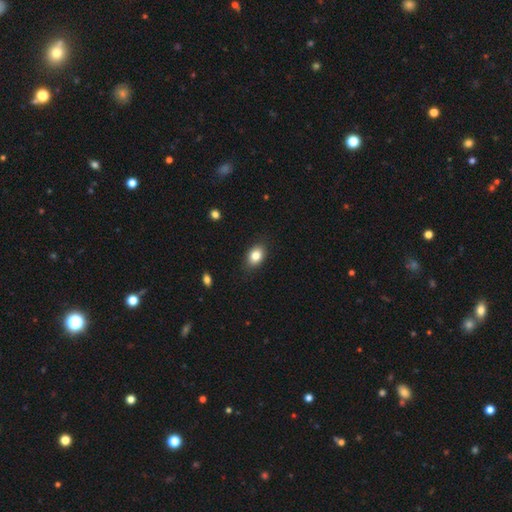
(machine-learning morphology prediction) type=smooth (83%); roundness=in between (79%); merging=none (86%).